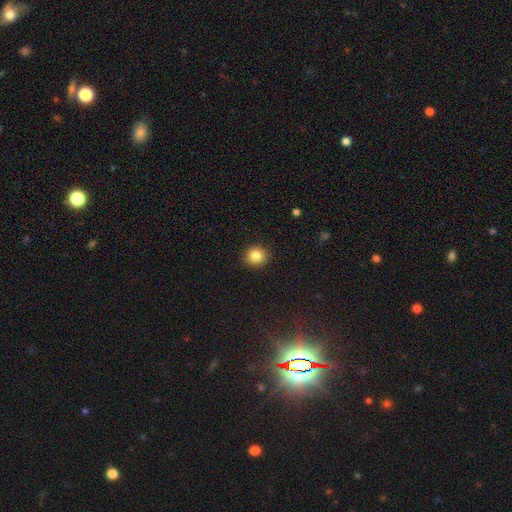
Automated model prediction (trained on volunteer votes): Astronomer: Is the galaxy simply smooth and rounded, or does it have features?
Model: smooth — 85%.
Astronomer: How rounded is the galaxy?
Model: round — 82%.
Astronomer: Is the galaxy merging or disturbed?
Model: none — 91%.